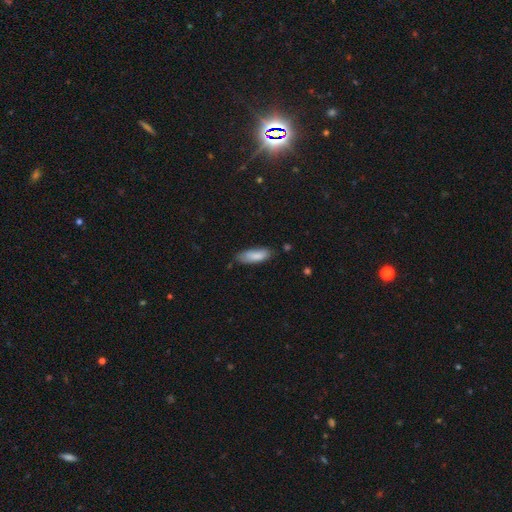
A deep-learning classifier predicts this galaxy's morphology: A smooth galaxy with no disk features (85%) that is in between round and cigar-shaped (65%).

Vote fractions:
- Smooth or featured? smooth: 85% / featured or disk: 9% / star or artifact: 6%
- How rounded? in between: 65% / cigar-shaped: 34% / round: 2%
- Merging? none: 66% / minor disturbance: 26% / major disturbance: 5% / merger: 2%